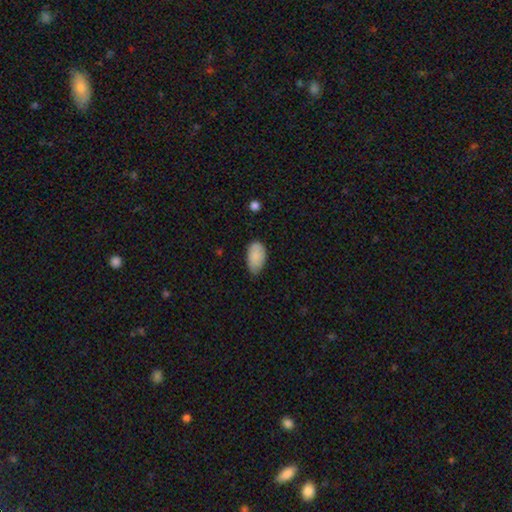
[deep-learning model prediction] Smooth or featured: smooth — 88% (star or artifact — 7%)
How rounded: in between — 94% (round — 4%)
Merging: none — 60% (minor disturbance — 34%)